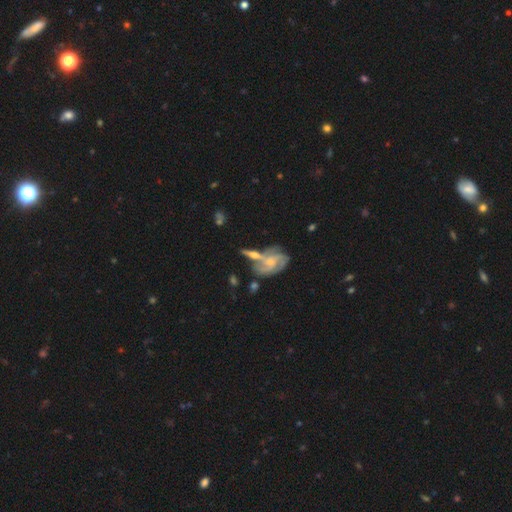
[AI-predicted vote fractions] Smooth or featured: featured or disk — 71% (smooth — 19%)
Edge-on disk: no — 91% (yes — 9%)
Bar: no — 61% (weak — 32%)
Spiral arms: yes — 84% (no — 16%)
Spiral winding: tight — 43% (medium — 41%)
Spiral arm count: can't tell — 31% (3 — 28%)
Bulge size: small — 50% (moderate — 40%)
Merging: none — 39% (merger — 34%)